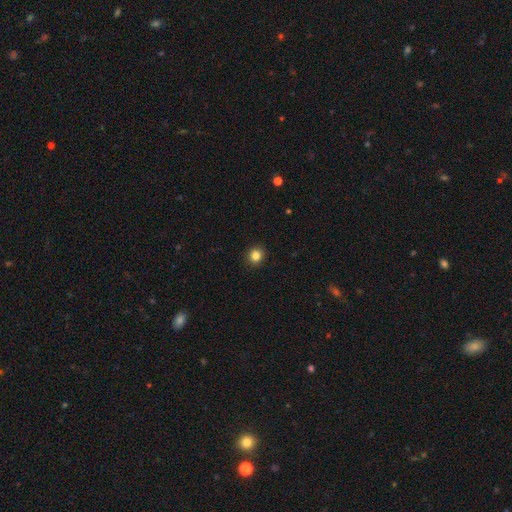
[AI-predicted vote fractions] Morphology: type=smooth (85%); roundness=round (88%); merging=none (92%).